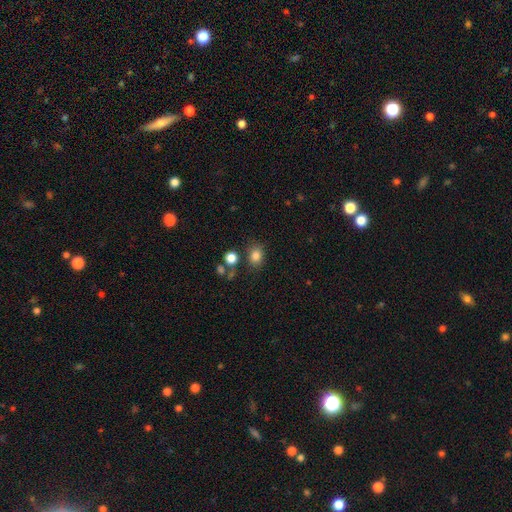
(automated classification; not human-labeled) Smooth or featured: smooth — 82% (star or artifact — 12%)
How rounded: in between — 50% (round — 49%)
Merging: none — 77% (minor disturbance — 12%)